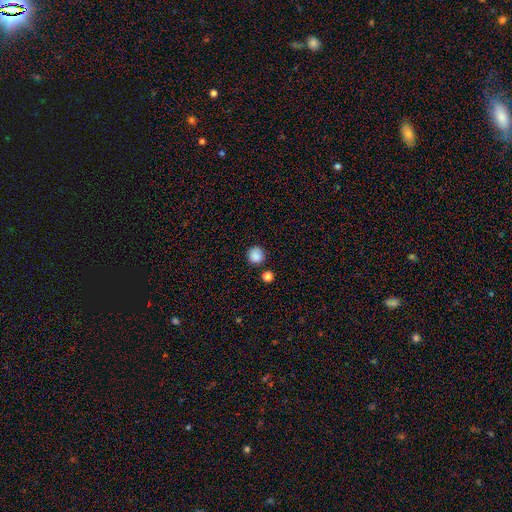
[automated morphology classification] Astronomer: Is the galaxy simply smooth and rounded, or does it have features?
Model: smooth — 86%.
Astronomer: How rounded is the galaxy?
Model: round — 93%.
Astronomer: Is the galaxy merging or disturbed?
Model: none — 83%.